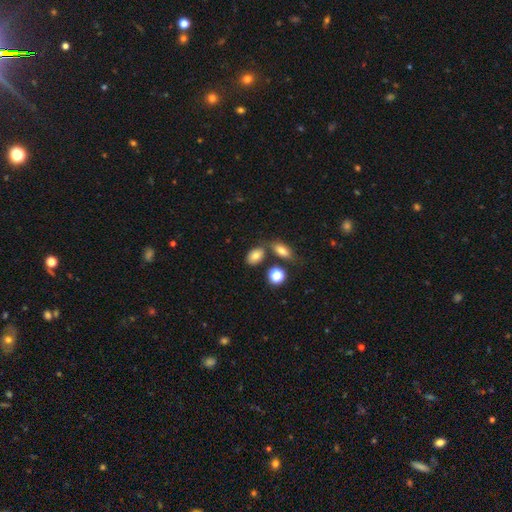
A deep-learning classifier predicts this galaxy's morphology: Smooth or featured? Predicted: smooth (p=0.78). How rounded? Predicted: in between (p=0.84). Merging? Predicted: none (p=0.67).